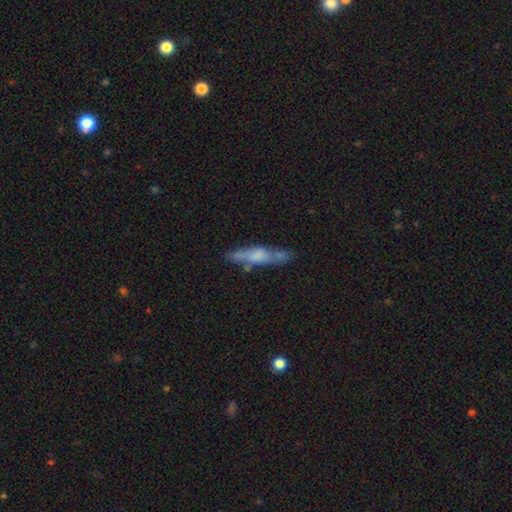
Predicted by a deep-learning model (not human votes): smooth 54%, featured or disk 39%, star or artifact 7%. Down the decision tree: how rounded — cigar-shaped (83%); merging — none (62%).